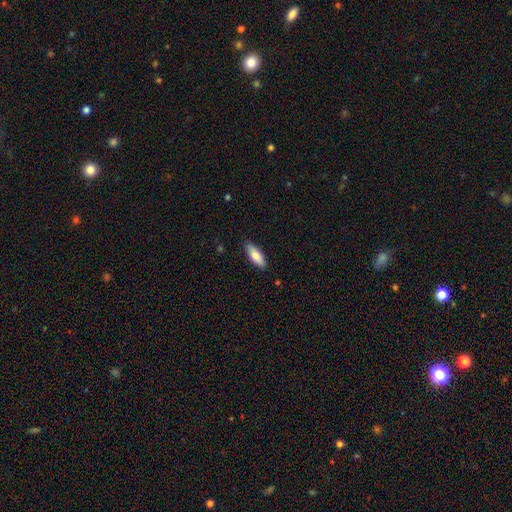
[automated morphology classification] A smooth galaxy with no disk features (76%) that is in between round and cigar-shaped (58%). Merging: none (88%).